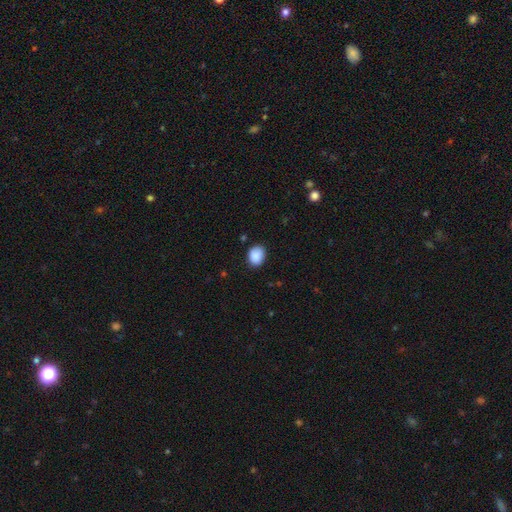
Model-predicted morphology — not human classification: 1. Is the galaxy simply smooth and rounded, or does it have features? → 89% smooth, 8% star or artifact, 3% featured or disk.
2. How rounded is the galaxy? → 54% in between, 45% round, 1% cigar-shaped.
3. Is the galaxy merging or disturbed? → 83% none, 13% minor disturbance, 3% major disturbance, 1% merger.